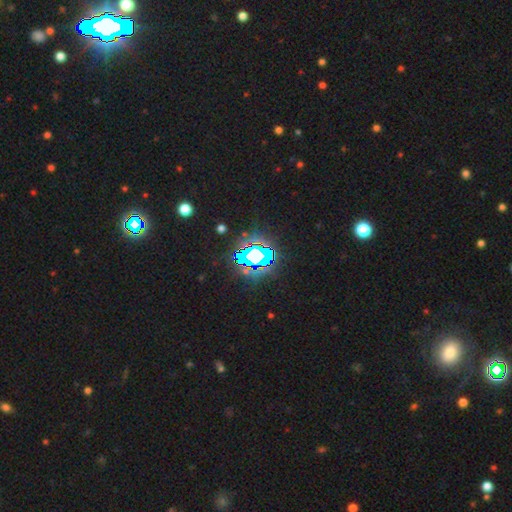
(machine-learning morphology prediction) type=star or artifact (71%).